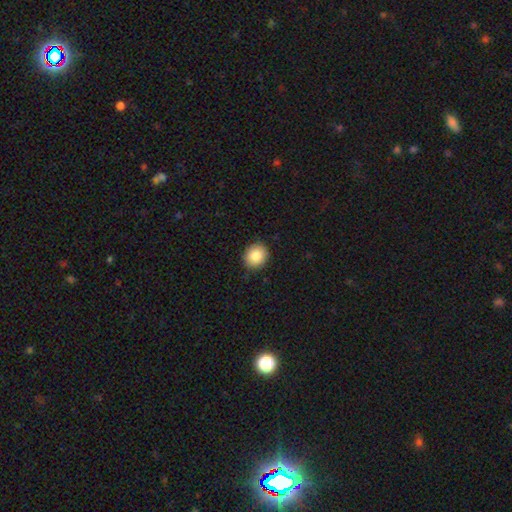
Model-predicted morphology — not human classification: Smooth or featured? Predicted: smooth (p=0.86). How rounded? Predicted: round (p=0.79). Merging? Predicted: none (p=0.90).